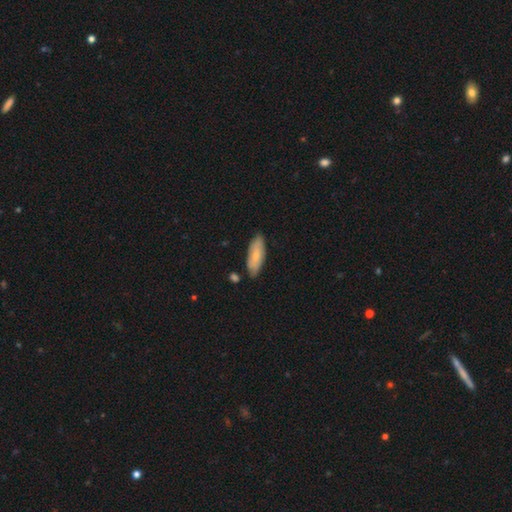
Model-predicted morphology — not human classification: Smooth or featured? smooth (71%)
How rounded? in between (68%)
Merging? none (78%)